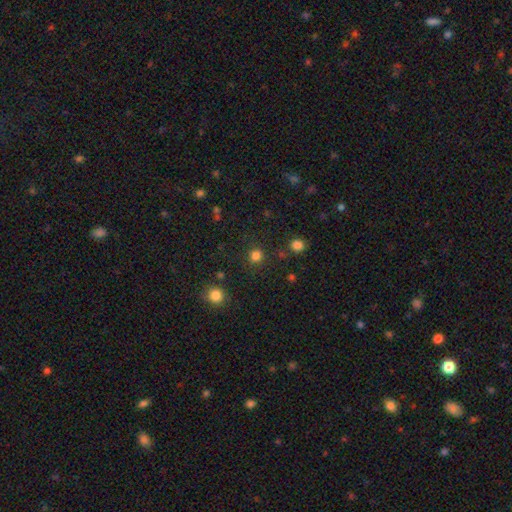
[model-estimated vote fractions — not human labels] Smooth or featured: smooth — 80% (star or artifact — 16%)
How rounded: round — 92% (in between — 7%)
Merging: none — 88% (minor disturbance — 6%)